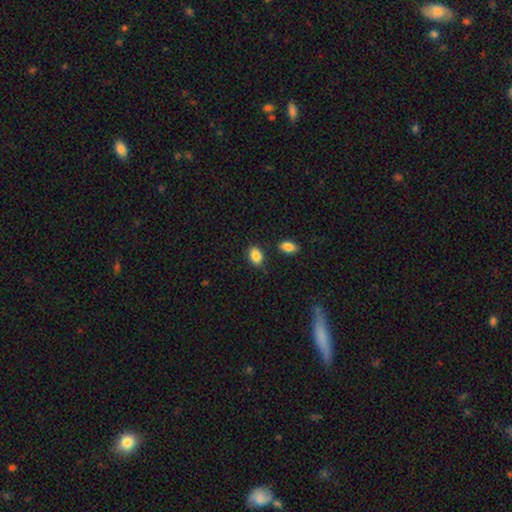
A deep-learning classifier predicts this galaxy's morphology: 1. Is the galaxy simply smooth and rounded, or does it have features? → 87% smooth, 8% star or artifact, 6% featured or disk.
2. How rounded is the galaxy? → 78% in between, 21% round, 1% cigar-shaped.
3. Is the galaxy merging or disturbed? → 83% none, 10% minor disturbance, 4% merger, 3% major disturbance.